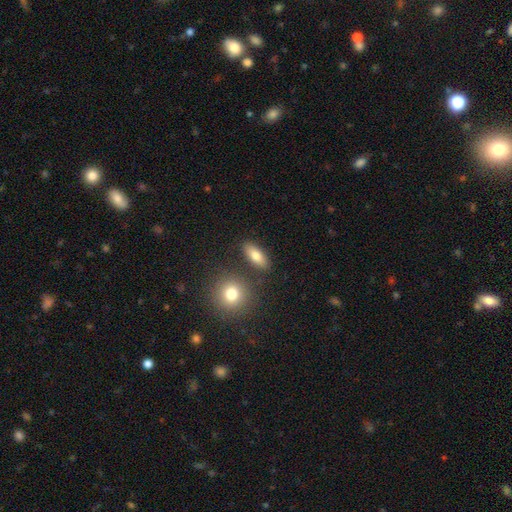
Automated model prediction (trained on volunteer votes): Smooth or featured? Predicted: smooth (p=0.79). How rounded? Predicted: in between (p=0.77). Merging? Predicted: none (p=0.82).